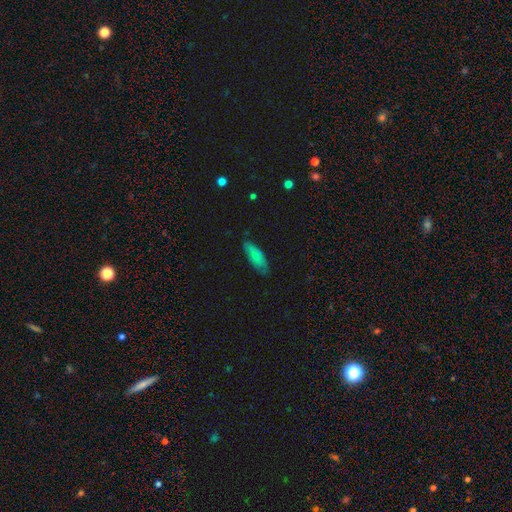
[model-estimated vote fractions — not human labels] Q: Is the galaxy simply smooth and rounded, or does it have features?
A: smooth — 74%.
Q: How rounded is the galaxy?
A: in between — 68%.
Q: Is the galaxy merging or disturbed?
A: none — 74%.